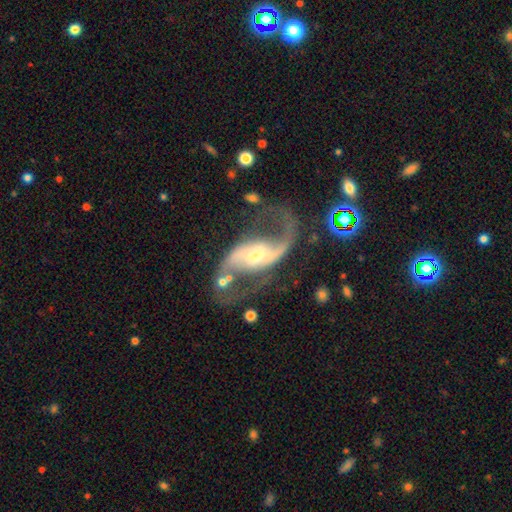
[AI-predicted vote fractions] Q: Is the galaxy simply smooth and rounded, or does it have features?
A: featured or disk — 90%.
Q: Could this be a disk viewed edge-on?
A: no — 96%.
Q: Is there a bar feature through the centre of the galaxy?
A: strong — 44%.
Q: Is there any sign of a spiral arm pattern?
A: yes — 95%.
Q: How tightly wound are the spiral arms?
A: loose — 66%.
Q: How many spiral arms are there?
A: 2 — 93%.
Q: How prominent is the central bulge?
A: moderate — 61%.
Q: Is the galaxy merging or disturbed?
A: none — 61%.